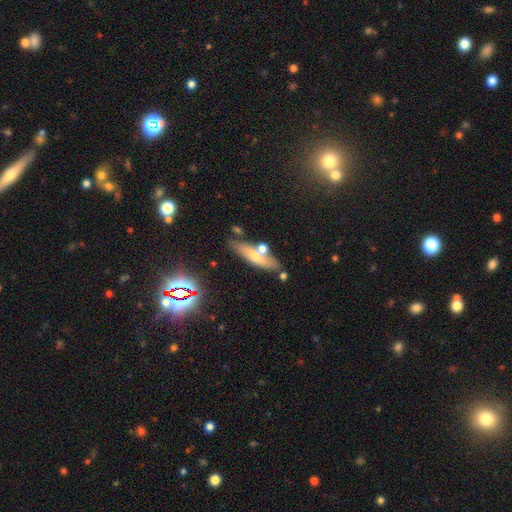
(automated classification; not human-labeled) This appears to be a smooth galaxy with no disk features (59%) that is cigar-shaped (58%). Merging: none (68%).